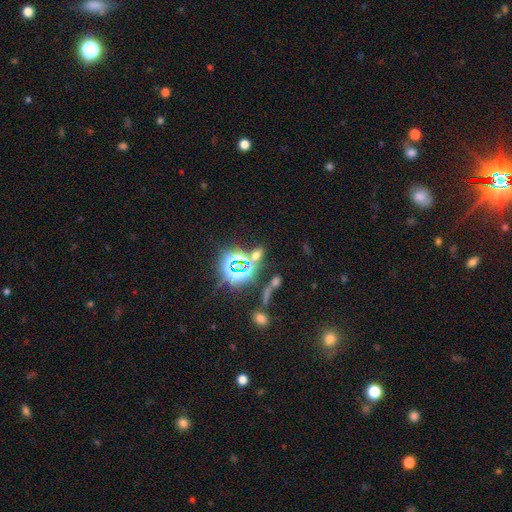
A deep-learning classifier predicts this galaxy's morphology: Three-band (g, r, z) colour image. It shows a star or artifact, not a galaxy (52%).